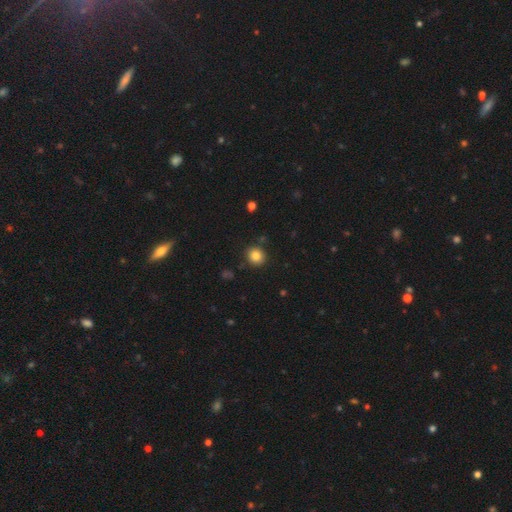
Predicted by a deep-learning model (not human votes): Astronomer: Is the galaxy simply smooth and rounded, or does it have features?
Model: smooth — 83%.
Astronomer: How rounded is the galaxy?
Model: round — 86%.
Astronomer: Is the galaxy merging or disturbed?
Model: none — 88%.